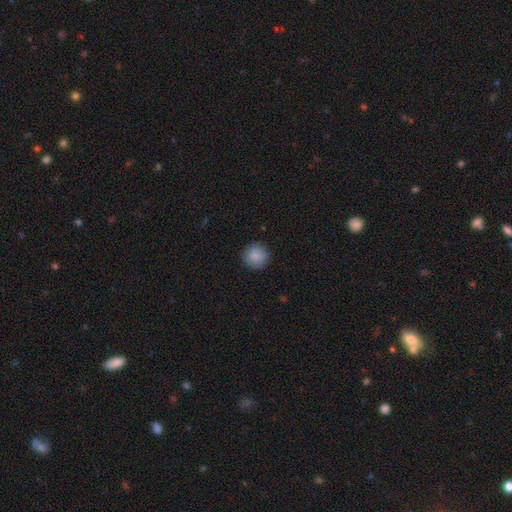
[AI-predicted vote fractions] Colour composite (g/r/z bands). It shows a smooth galaxy with no disk features (88%) that is round (95%). Merging: none (90%).